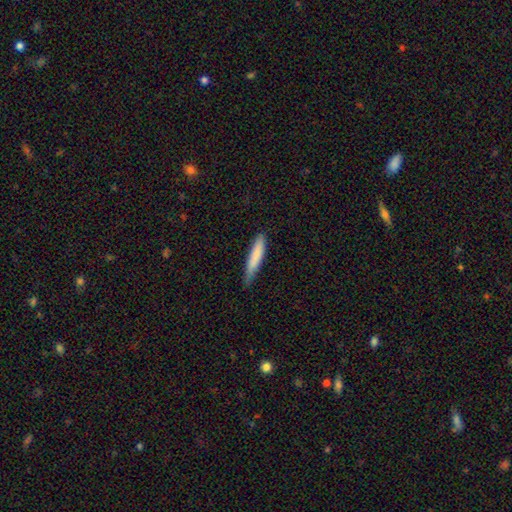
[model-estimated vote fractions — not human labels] smooth 81%, featured or disk 14%, star or artifact 6%. Down the decision tree: how rounded — cigar-shaped (89%); merging — none (68%).